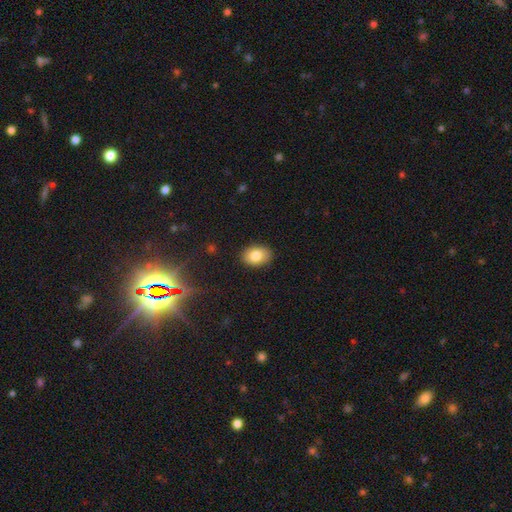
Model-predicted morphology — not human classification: A smooth galaxy with no disk features (82%) that is in between round and cigar-shaped (81%).

Vote fractions:
- Smooth or featured? smooth: 82% / featured or disk: 10% / star or artifact: 8%
- How rounded? in between: 81% / round: 18% / cigar-shaped: 1%
- Merging? none: 89% / minor disturbance: 8% / major disturbance: 2% / merger: 1%